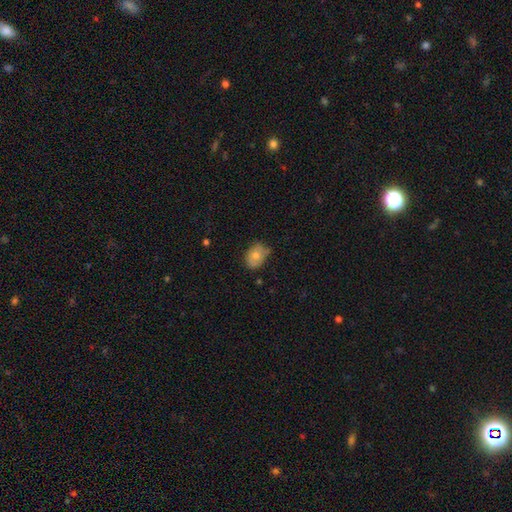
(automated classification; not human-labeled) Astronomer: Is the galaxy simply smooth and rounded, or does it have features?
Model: smooth — 73%.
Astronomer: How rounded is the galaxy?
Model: in between — 71%.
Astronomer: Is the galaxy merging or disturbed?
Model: none — 55% (runner-up: minor disturbance, 35%).